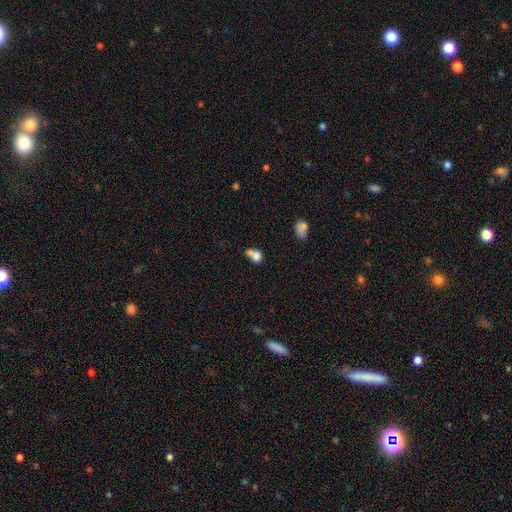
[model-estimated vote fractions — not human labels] Smooth or featured?
  - smooth: 75% *
  - featured or disk: 14%
  - star or artifact: 11%
How rounded?
  - round: 53% *
  - in between: 45%
  - cigar-shaped: 2%
Merging?
  - merger: 51% *
  - none: 26%
  - minor disturbance: 13%
  - major disturbance: 10%